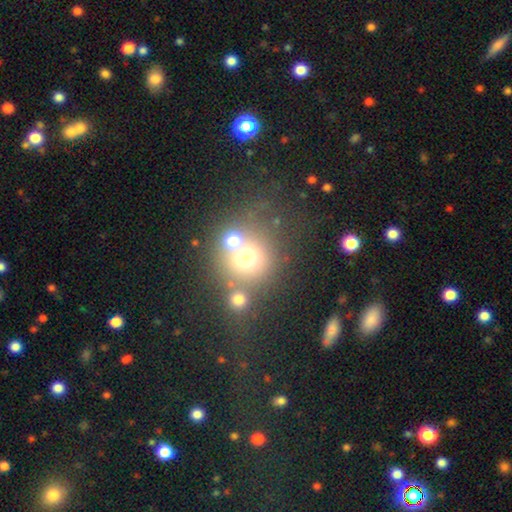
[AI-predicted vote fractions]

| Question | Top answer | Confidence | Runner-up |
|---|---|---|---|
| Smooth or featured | smooth | 53% | star or artifact (30%) |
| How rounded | round | 79% | in between (20%) |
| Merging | none | 47% | merger (34%) |